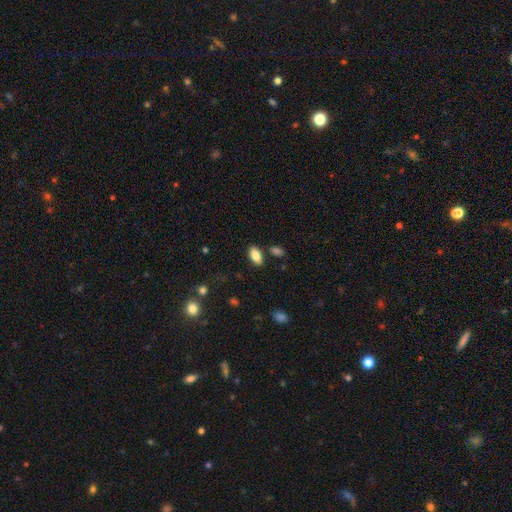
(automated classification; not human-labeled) Smooth or featured?
  - smooth: 83% *
  - featured or disk: 10%
  - star or artifact: 7%
How rounded?
  - in between: 91% *
  - cigar-shaped: 6%
  - round: 3%
Merging?
  - none: 83% *
  - minor disturbance: 10%
  - merger: 4%
  - major disturbance: 2%